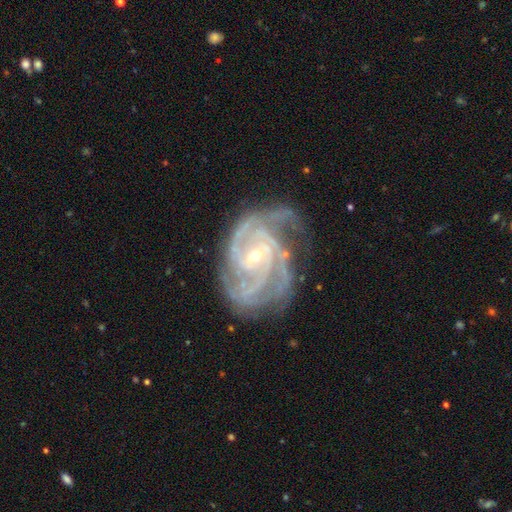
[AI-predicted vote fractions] Smooth or featured? featured or disk (92%)
Edge-on disk? no (98%)
Bar? no (44%)
Spiral arms? yes (98%)
Spiral winding? tight (62%)
Spiral arm count? 3 (33%)
Bulge size? small (73%)
Merging? none (63%)